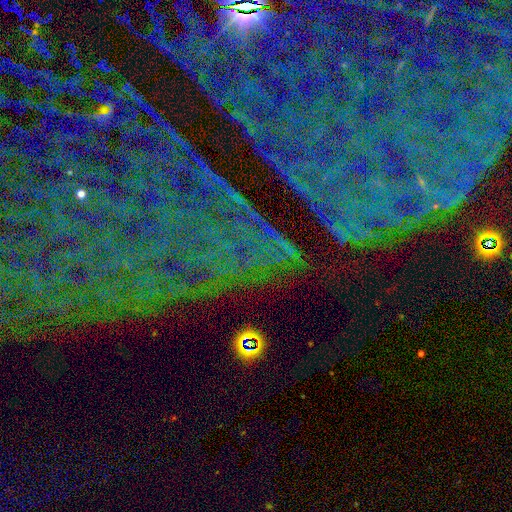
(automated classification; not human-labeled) Smooth or featured? Predicted: star or artifact (p=0.82).